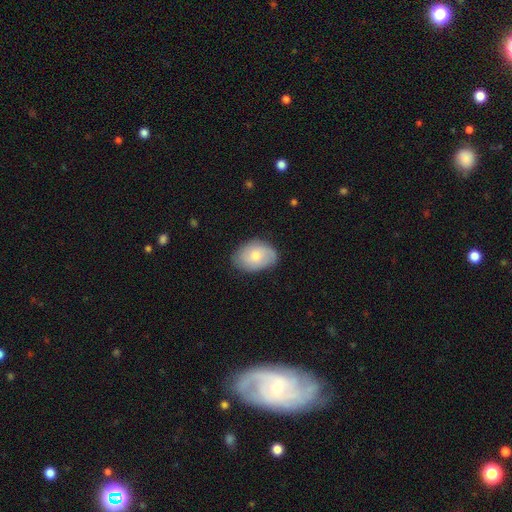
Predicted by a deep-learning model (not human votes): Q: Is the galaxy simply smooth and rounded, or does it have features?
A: smooth — 62%.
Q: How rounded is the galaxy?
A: in between — 80%.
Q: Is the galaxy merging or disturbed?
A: none — 73%.